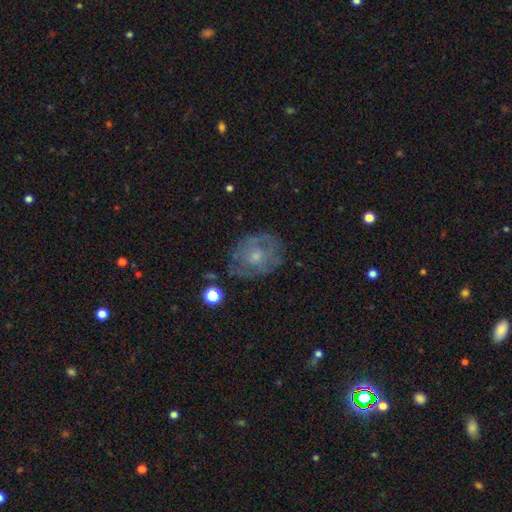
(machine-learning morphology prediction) smooth-or-featured: featured or disk: 55% | smooth: 37% | star or artifact: 9%
  disk-edge-on: no: 96% | yes: 4%
    bar: no: 85% | weak: 13% | strong: 2%
    has-spiral-arms: no: 58% | yes: 42%
    bulge-size: small: 48% | moderate: 43% | none: 5% | large: 3% | dominant: 1%
  merging: none: 68% | minor disturbance: 21% | major disturbance: 10% | merger: 2%